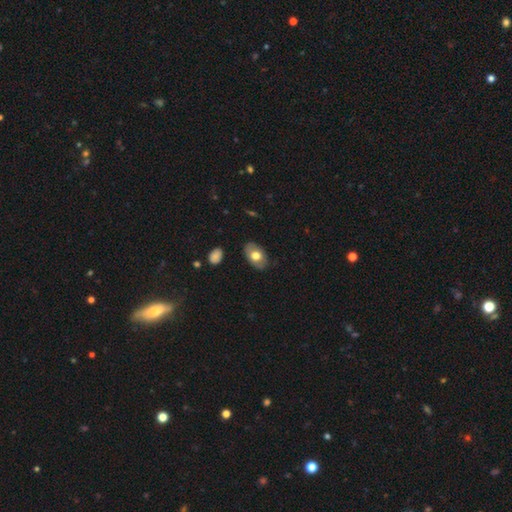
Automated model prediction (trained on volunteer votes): Morphology: type=smooth (66%); roundness=in between (88%); merging=none (84%).